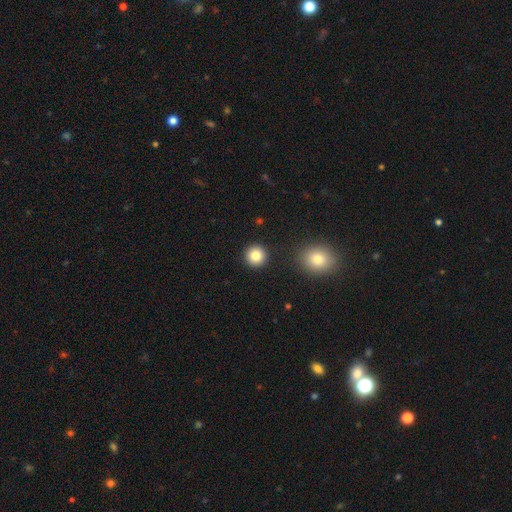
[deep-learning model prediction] This is clearly a smooth galaxy (83%). How rounded: clearly round (95%). Merging: clearly none (91%).